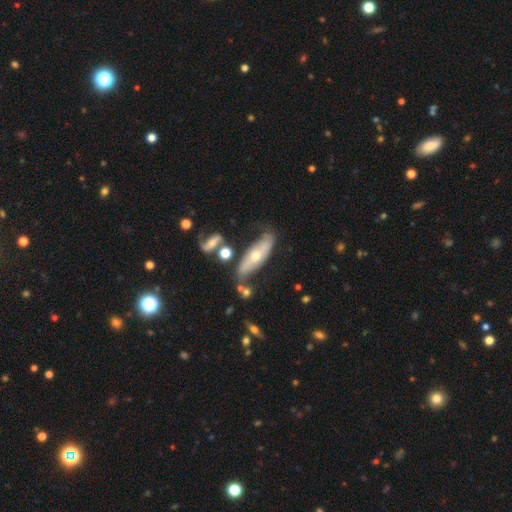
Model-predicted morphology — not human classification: smooth_or_featured: featured or disk (p=0.53) [alt: smooth p=0.40]
disk_edge_on: no (p=0.60) [alt: yes p=0.40]
merging: none (p=0.60) [alt: minor disturbance p=0.23]